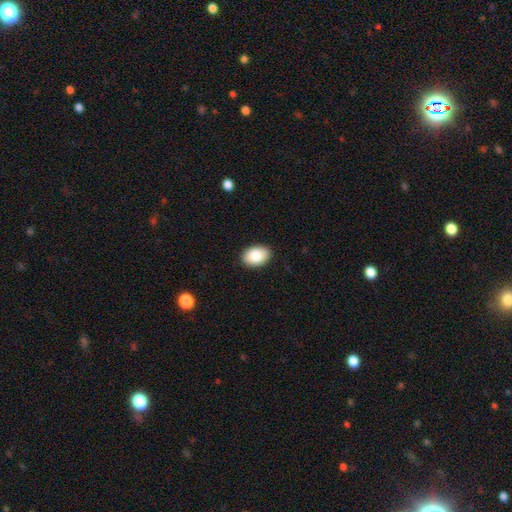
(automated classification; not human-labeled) Smooth or featured? smooth (87%)
How rounded? in between (86%)
Merging? none (89%)